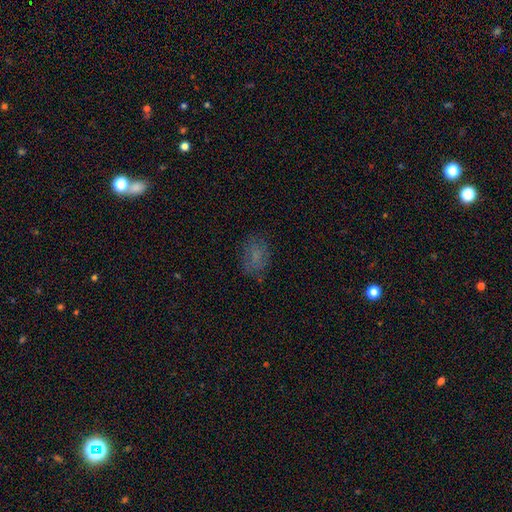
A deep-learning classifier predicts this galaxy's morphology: This is likely a smooth galaxy (68%). How rounded: likely in between (74%). Merging: likely none (74%).